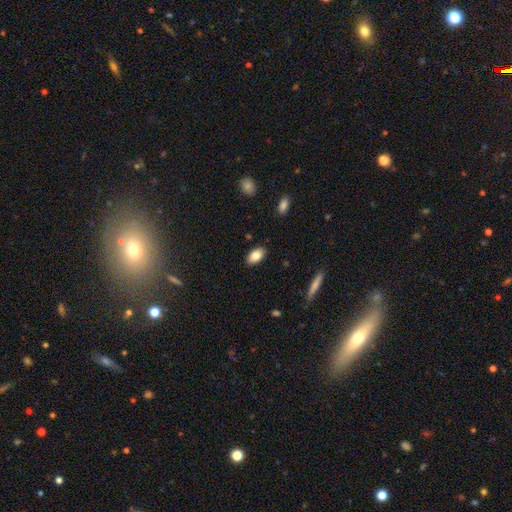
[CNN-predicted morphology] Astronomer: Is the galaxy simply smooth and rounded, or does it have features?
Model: smooth — 83%.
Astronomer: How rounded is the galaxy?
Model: in between — 92%.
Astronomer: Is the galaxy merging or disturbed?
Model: none — 88%.